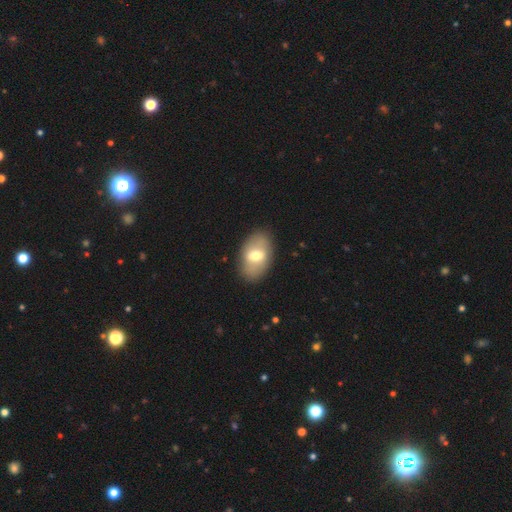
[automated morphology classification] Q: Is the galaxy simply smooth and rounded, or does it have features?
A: smooth — 56%.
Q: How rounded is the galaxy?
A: in between — 89%.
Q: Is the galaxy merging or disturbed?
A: none — 85%.